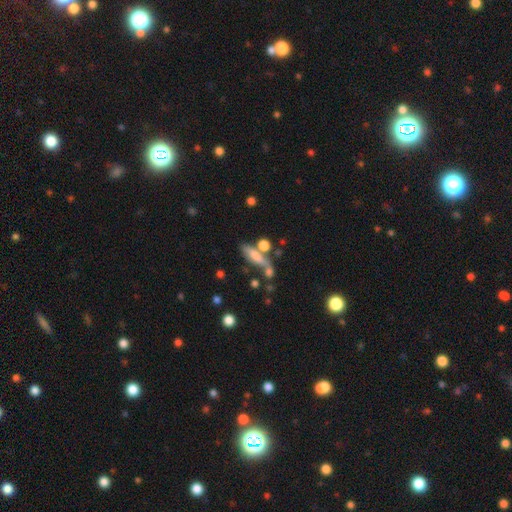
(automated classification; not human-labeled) This appears to be a smooth galaxy with no disk features (62%) that is cigar-shaped (59%). Merging: none (47%).